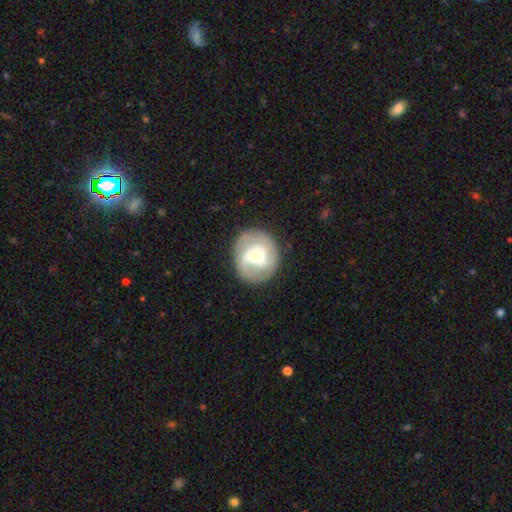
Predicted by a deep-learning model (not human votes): featured or disk 64%, smooth 30%, star or artifact 6%. Down the decision tree: edge-on disk — no (97%); bar — no (54%); spiral arms — yes (80%); bulge size — small (54%); merging — none (78%).